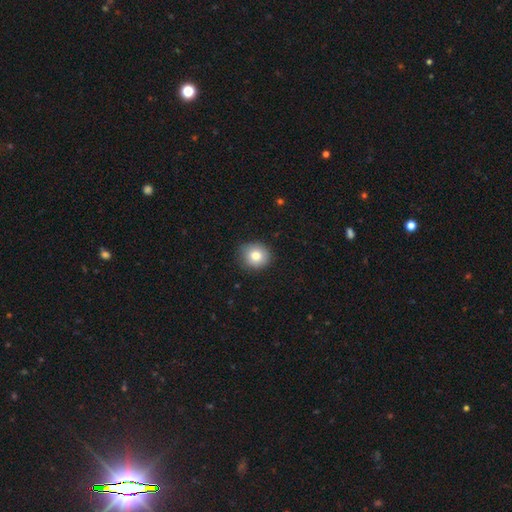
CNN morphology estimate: This is clearly a smooth galaxy (81%). How rounded: clearly round (85%). Merging: clearly none (84%).